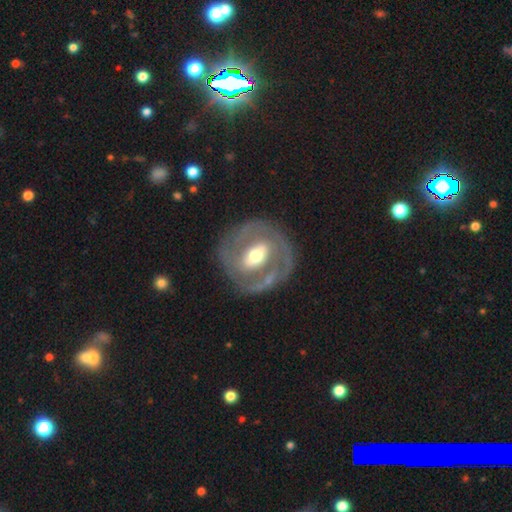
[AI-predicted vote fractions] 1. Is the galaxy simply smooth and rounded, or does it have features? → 78% featured or disk, 17% smooth, 5% star or artifact.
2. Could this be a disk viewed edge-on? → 95% no, 5% yes.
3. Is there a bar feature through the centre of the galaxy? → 49% strong, 33% weak, 18% no.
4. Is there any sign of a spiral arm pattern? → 71% yes, 29% no.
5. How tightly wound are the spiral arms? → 56% tight, 32% medium, 12% loose.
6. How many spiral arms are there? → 67% 2, 17% can't tell, 7% 1, 6% 3, 2% 4, 2% more than 4.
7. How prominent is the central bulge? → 67% moderate, 15% small, 15% large, 2% dominant, 1% none.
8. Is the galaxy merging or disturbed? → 79% none, 13% minor disturbance, 7% major disturbance, 2% merger.